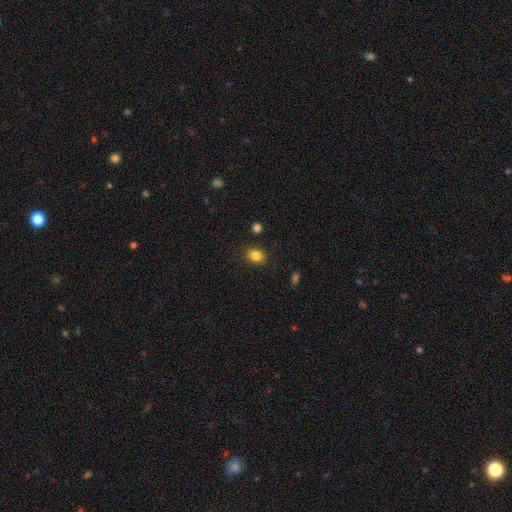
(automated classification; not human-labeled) This appears to be a smooth galaxy with no disk features (84%) that is in between round and cigar-shaped (55%). Merging: none (87%).